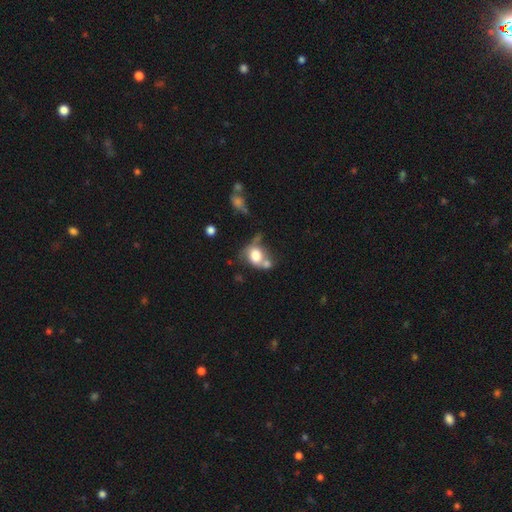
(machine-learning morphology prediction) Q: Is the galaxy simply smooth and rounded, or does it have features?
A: smooth — 71%.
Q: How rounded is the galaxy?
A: round — 50%.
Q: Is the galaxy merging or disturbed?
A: merger — 42%.